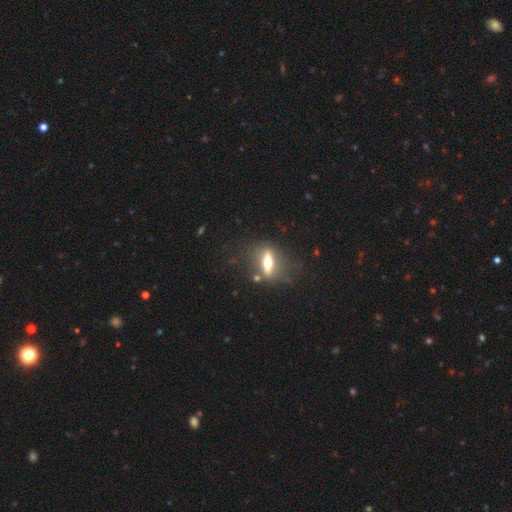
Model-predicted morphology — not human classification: Smooth or featured?
  - featured or disk: 39% *
  - smooth: 35%
  - star or artifact: 26%
Merging?
  - none: 64% *
  - minor disturbance: 15%
  - major disturbance: 11%
  - merger: 10%